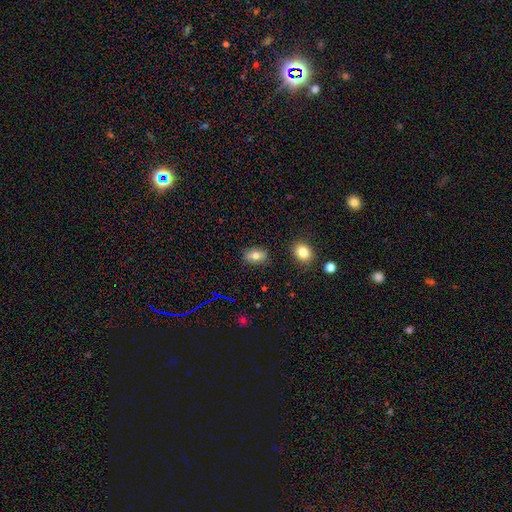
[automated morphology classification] smooth_or_featured: smooth (p=0.71) [alt: featured or disk p=0.17]
how_rounded: in between (p=0.81) [alt: round p=0.16]
merging: none (p=0.84) [alt: minor disturbance p=0.11]